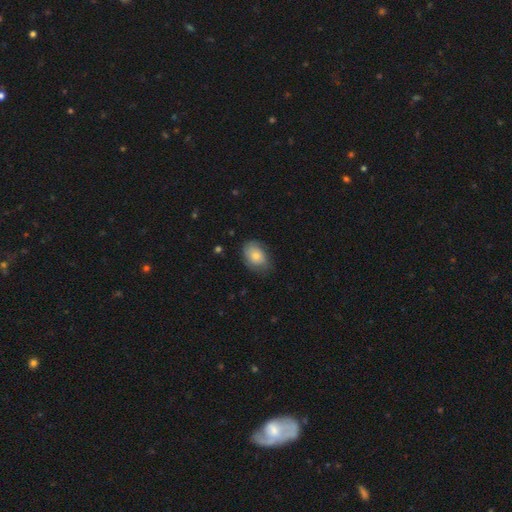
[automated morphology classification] Smooth or featured: smooth — 74% (featured or disk — 19%)
How rounded: in between — 80% (round — 19%)
Merging: none — 67% (minor disturbance — 25%)